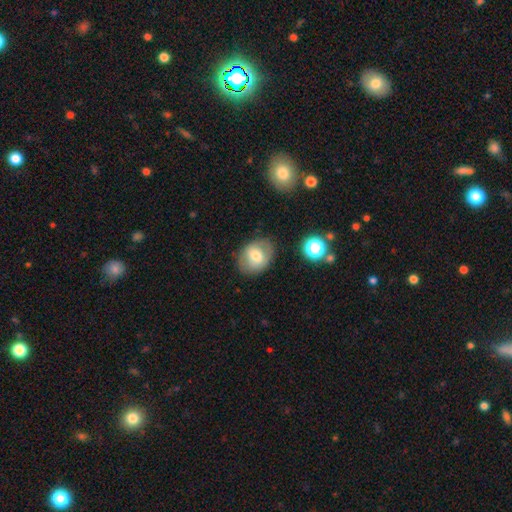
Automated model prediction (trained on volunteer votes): smooth 65%, featured or disk 27%, star or artifact 9%. Down the decision tree: how rounded — in between (56%); merging — none (79%).